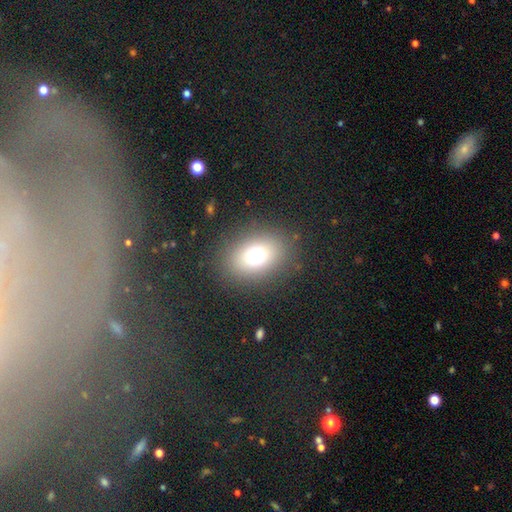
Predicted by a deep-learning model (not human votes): smooth_or_featured: smooth (p=0.69) [alt: star or artifact p=0.19]
how_rounded: in between (p=0.53) [alt: round p=0.45]
merging: none (p=0.86) [alt: minor disturbance p=0.08]